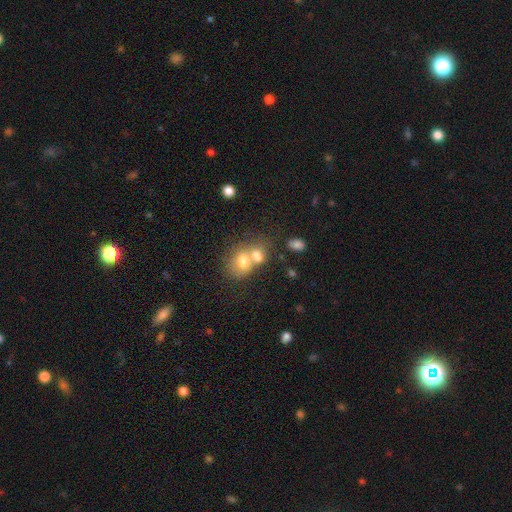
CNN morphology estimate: type=smooth (61%); roundness=round (67%); merging=merger (53%).